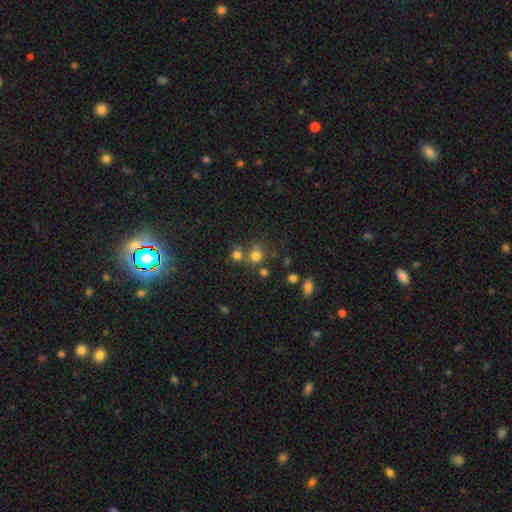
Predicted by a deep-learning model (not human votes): smooth_or_featured: smooth (p=0.73) [alt: star or artifact p=0.16]
how_rounded: round (p=0.78) [alt: in between p=0.21]
merging: none (p=0.49) [alt: merger p=0.35]